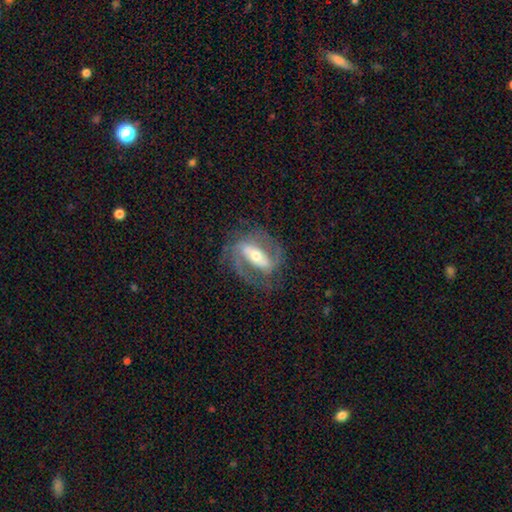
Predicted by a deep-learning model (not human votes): The model was most divided on "bulge size": moderate: 55%, small: 35%, large: 7%, dominant: 1%, none: 1%. Remaining: edge-on disk — no (92%); spiral arms — yes (91%); spiral arm count — 2 (85%); smooth or featured — featured or disk (84%); merging — none (72%); bar — strong (63%); spiral winding — medium (50%).